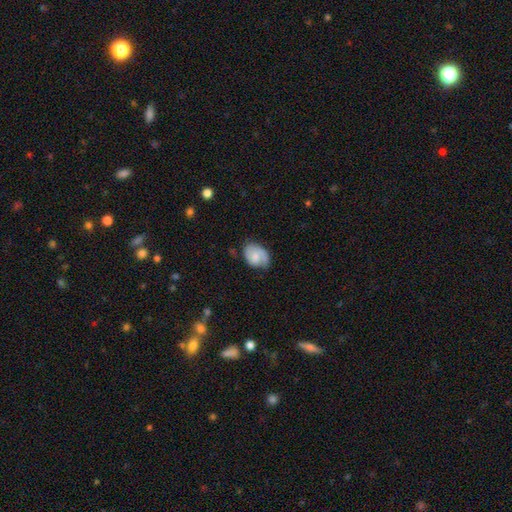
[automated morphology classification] Overall: featured or disk (54%; smooth 39%). Edge-on disk: no (97%). Bar: no (62%; weak 33%). Spiral arms: yes (88%). Bulge size: small (38%; moderate 34%). Merging: none (60%; minor disturbance 27%).